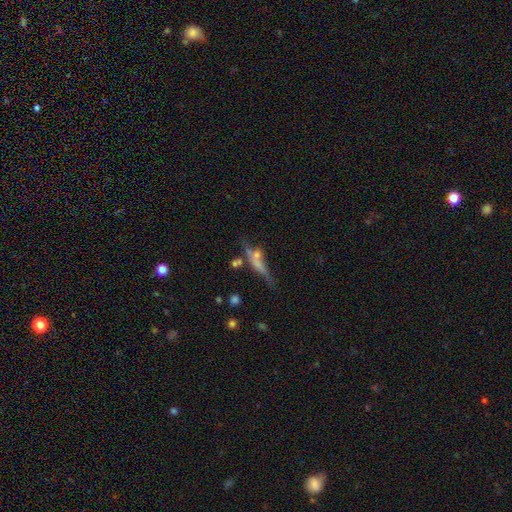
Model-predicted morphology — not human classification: This appears to be a featured or disk galaxy (52%) viewed edge-on (77%). Merging: none (50%).